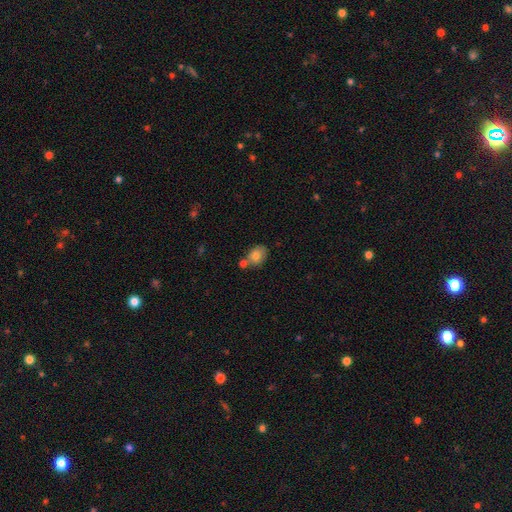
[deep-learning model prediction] smooth 80%, featured or disk 12%, star or artifact 8%. Down the decision tree: how rounded — in between (69%); merging — none (58%).